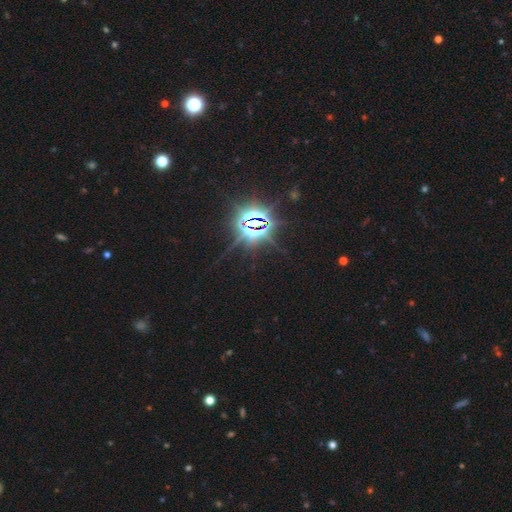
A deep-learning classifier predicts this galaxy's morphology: This is clearly a star or artifact rather than a galaxy (85%).